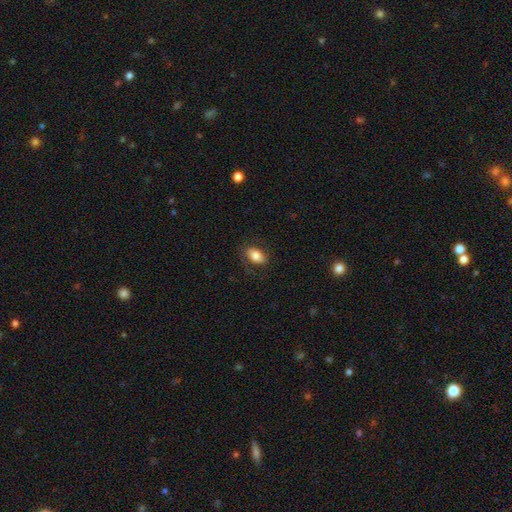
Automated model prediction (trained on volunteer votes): Overall: smooth (75%). How rounded: in between (90%). Merging: none (77%).